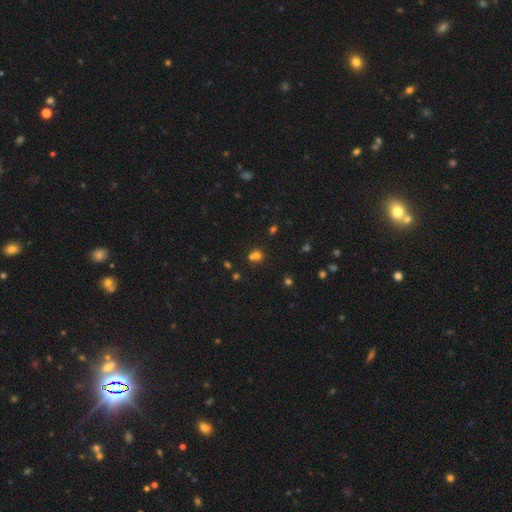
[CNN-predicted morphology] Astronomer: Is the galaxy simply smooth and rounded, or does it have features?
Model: smooth — 61%.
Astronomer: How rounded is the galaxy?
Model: round — 82%.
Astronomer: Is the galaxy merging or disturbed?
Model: none — 47% (runner-up: merger, 42%).